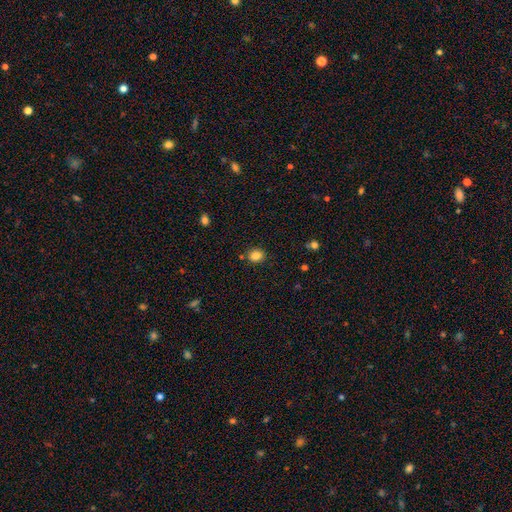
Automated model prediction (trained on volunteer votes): smooth-or-featured: smooth: 83% | star or artifact: 11% | featured or disk: 6%
  how-rounded: round: 67% | in between: 33% | cigar-shaped: 1%
  merging: none: 83% | minor disturbance: 10% | merger: 5% | major disturbance: 2%